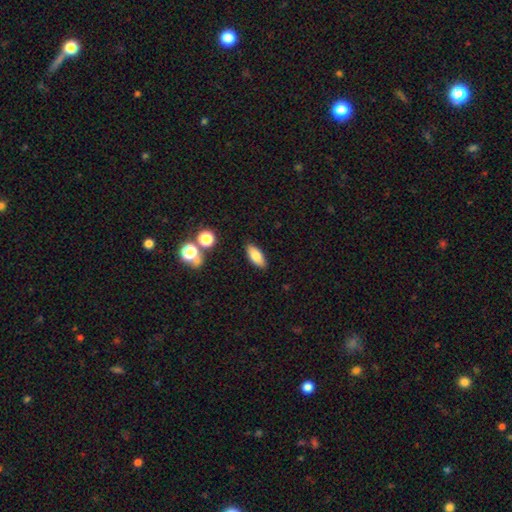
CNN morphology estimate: Q: Smooth or featured?
A: smooth (79%); runner-up: featured or disk (12%)
Q: How rounded?
A: in between (78%); runner-up: cigar-shaped (19%)
Q: Merging?
A: none (86%); runner-up: minor disturbance (9%)